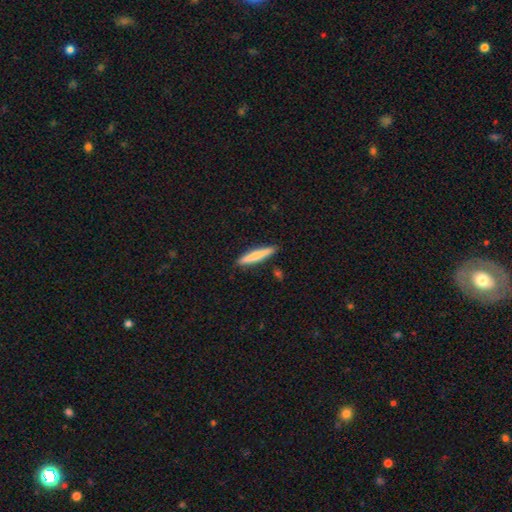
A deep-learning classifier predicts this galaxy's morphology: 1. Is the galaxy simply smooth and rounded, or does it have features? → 75% smooth, 20% featured or disk, 5% star or artifact.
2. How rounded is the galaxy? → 92% cigar-shaped, 6% in between, 1% round.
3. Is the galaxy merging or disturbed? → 89% none, 7% minor disturbance, 2% merger, 2% major disturbance.